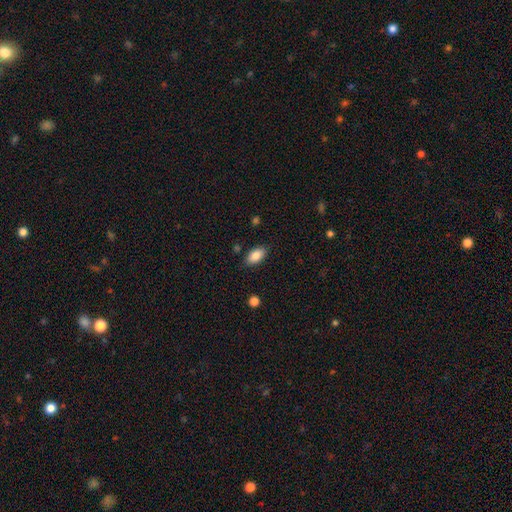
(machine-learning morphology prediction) smooth_or_featured: smooth (p=0.85) [alt: star or artifact p=0.08]
how_rounded: in between (p=0.92) [alt: cigar-shaped p=0.04]
merging: none (p=0.84) [alt: minor disturbance p=0.11]